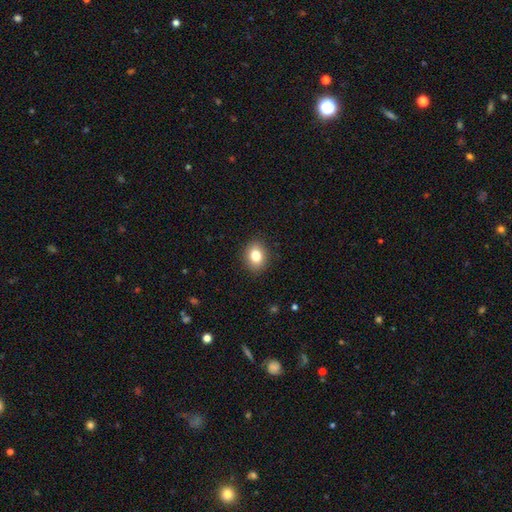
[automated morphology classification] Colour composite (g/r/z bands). It shows a smooth galaxy with no disk features (82%) that is in between round and cigar-shaped (52%). Merging: none (89%).